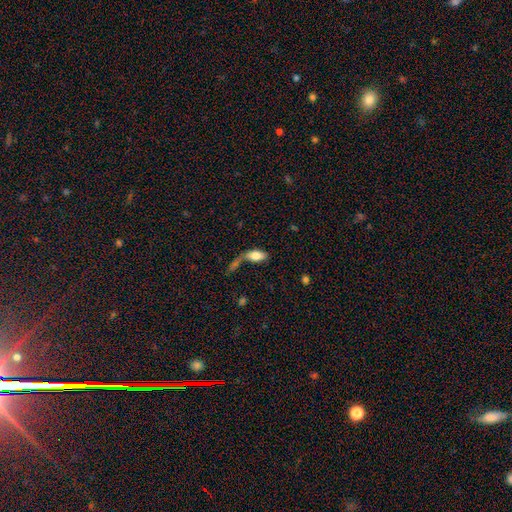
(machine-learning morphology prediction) Smooth or featured?
  - smooth: 76% *
  - featured or disk: 16%
  - star or artifact: 7%
How rounded?
  - in between: 87% *
  - cigar-shaped: 9%
  - round: 4%
Merging?
  - merger: 36% *
  - none: 30%
  - major disturbance: 20%
  - minor disturbance: 14%